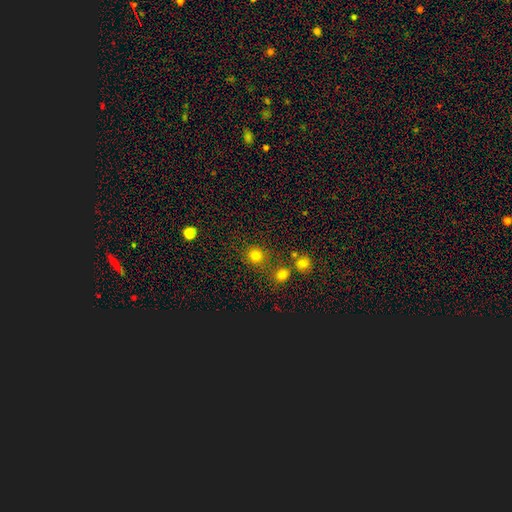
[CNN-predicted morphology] smooth-or-featured: smooth: 78% | star or artifact: 16% | featured or disk: 6%
  how-rounded: round: 90% | in between: 9% | cigar-shaped: 1%
  merging: none: 78% | merger: 10% | minor disturbance: 8% | major disturbance: 4%